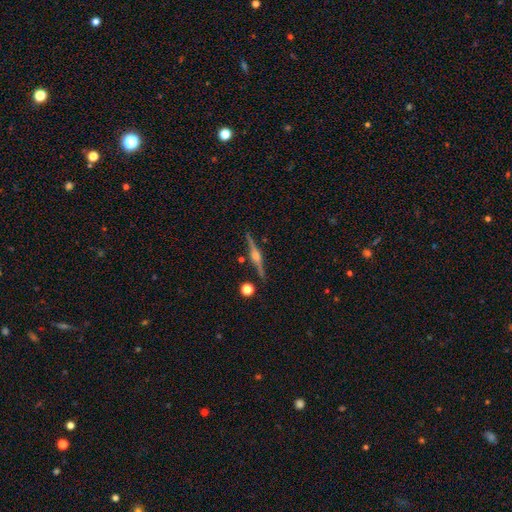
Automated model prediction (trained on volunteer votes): A featured or disk galaxy (85%) viewed edge-on (98%) with a rounded central bulge (88%).

Vote fractions:
- Smooth or featured? featured or disk: 85% / smooth: 8% / star or artifact: 7%
- Edge-on disk? yes: 98% / no: 2%
- Edge-on bulge? rounded: 88% / boxy: 9% / none: 3%
- Merging? none: 89% / minor disturbance: 7% / merger: 2% / major disturbance: 2%